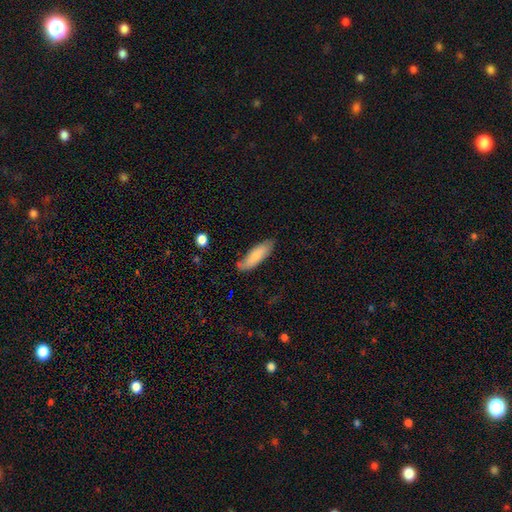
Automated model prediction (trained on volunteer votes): Smooth or featured: smooth — 81% (featured or disk — 13%)
How rounded: in between — 50% (cigar-shaped — 48%)
Merging: none — 72% (minor disturbance — 21%)